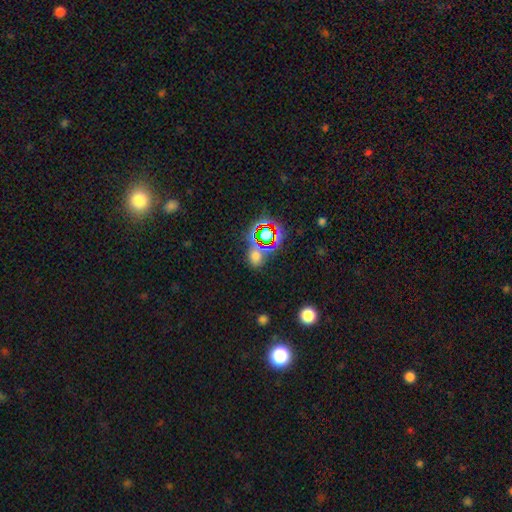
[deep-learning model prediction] Smooth or featured?
  - smooth: 45% * (tied)
  - star or artifact: 45% * (tied)
  - featured or disk: 10%
Merging?
  - none: 61% *
  - merger: 15%
  - minor disturbance: 14%
  - major disturbance: 9%